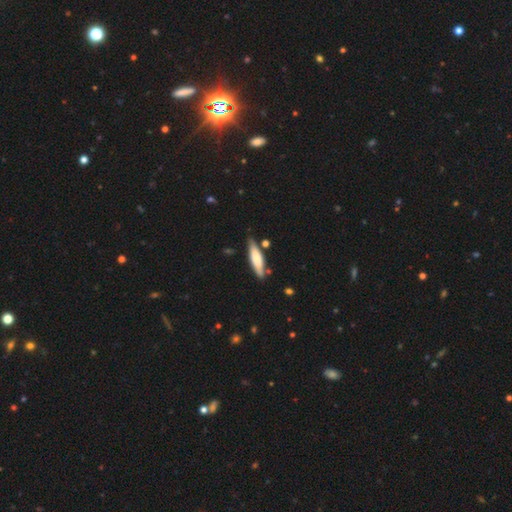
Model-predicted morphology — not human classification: smooth 62%, featured or disk 32%, star or artifact 6%. Down the decision tree: how rounded — cigar-shaped (71%); merging — none (76%).